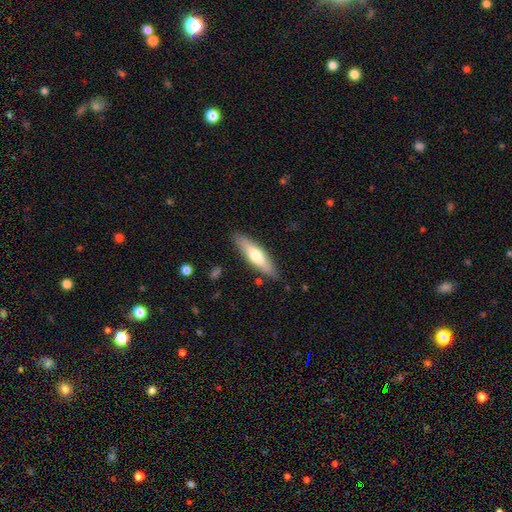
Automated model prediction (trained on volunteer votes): This appears to be a smooth galaxy with no disk features (58%) that is cigar-shaped (67%). Merging: none (85%).